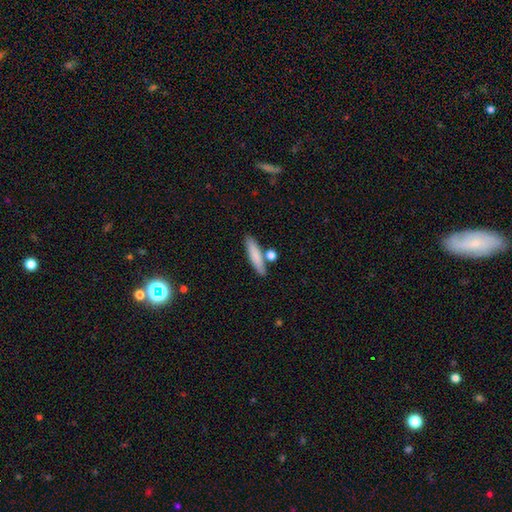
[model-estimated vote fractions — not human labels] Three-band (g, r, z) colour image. It shows a smooth galaxy with no disk features (80%) that is cigar-shaped (78%). Merging: none (76%).